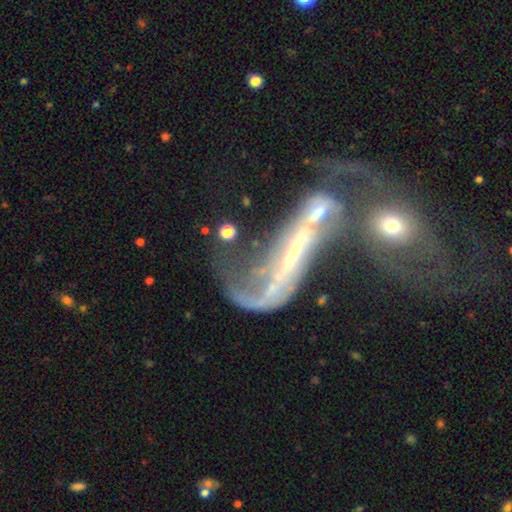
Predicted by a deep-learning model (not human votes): Smooth or featured?
  - featured or disk: 76% *
  - smooth: 14%
  - star or artifact: 10%
Edge-on disk?
  - no: 81% *
  - yes: 19%
Bar?
  - strong: 40% *
  - no: 37%
  - weak: 23%
Spiral arms?
  - yes: 68% *
  - no: 32%
Bulge size?
  - small: 51% *
  - moderate: 22%
  - none: 22%
  - large: 3%
  - dominant: 2%
Merging?
  - merger: 64% *
  - major disturbance: 20%
  - none: 10%
  - minor disturbance: 6%